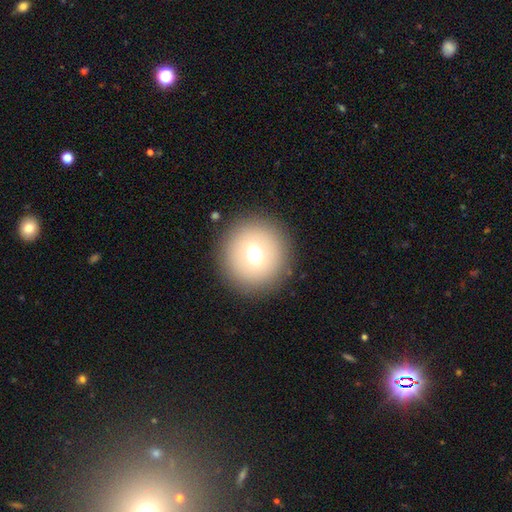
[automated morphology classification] This is likely a smooth galaxy (68%). How rounded: clearly round (94%). Merging: clearly none (89%).